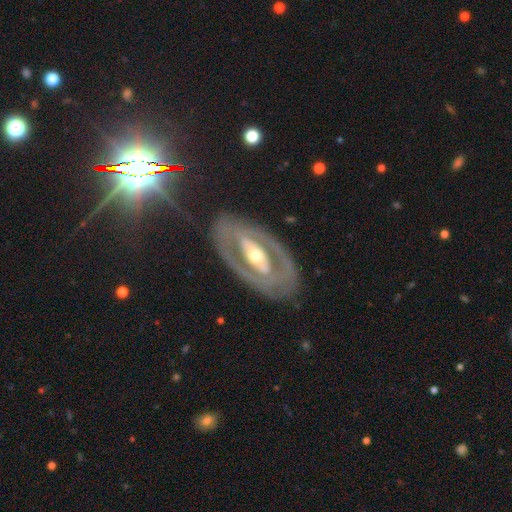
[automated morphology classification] This appears to be a featured or disk galaxy (80%) with no bar (40%), no spiral arms (54%) and a moderate central bulge (64%). Merging: none (77%).